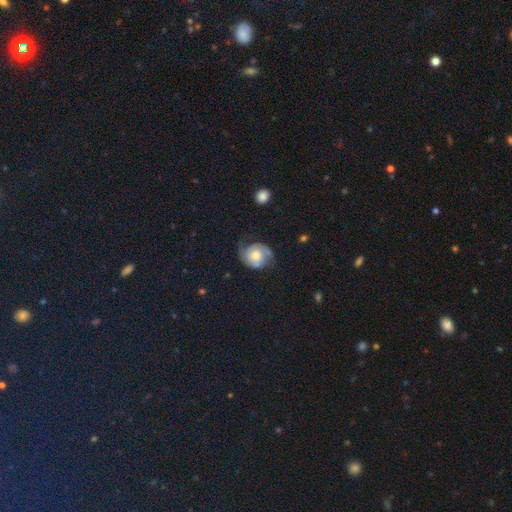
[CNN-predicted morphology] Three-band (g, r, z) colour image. It shows a featured or disk galaxy (71%) with no bar (75%), 2 (85%) medium (43%) spiral arms (94%) and a moderate central bulge (54%). Merging: none (63%).